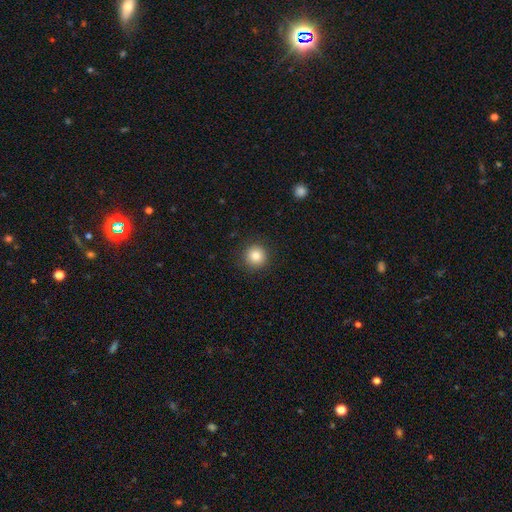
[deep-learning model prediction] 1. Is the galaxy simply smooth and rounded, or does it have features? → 83% smooth, 11% star or artifact, 6% featured or disk.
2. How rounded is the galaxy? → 94% round, 5% in between, 1% cigar-shaped.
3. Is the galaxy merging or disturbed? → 91% none, 6% minor disturbance, 2% major disturbance, 1% merger.